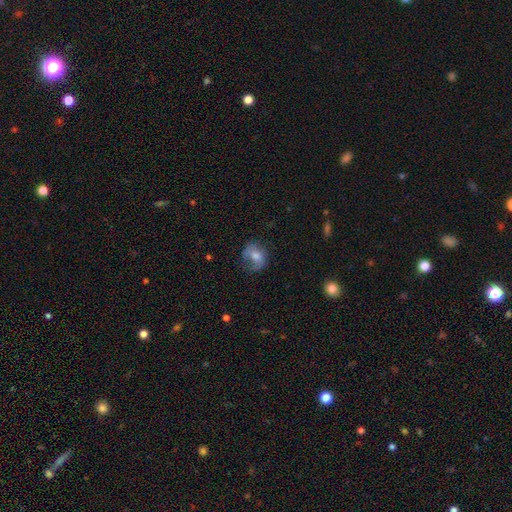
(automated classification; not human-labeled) A smooth galaxy with no disk features (62%) that is round (52%).

Vote fractions:
- Smooth or featured? smooth: 62% / featured or disk: 29% / star or artifact: 9%
- How rounded? round: 52% / in between: 47% / cigar-shaped: 1%
- Merging? none: 50% / minor disturbance: 28% / major disturbance: 19% / merger: 2%